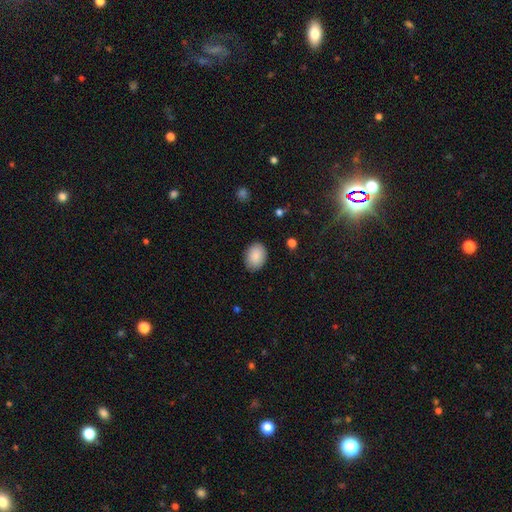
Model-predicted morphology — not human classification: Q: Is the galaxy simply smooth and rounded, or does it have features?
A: smooth — 89%.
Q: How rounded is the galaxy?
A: in between — 77%.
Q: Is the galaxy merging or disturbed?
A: none — 86%.